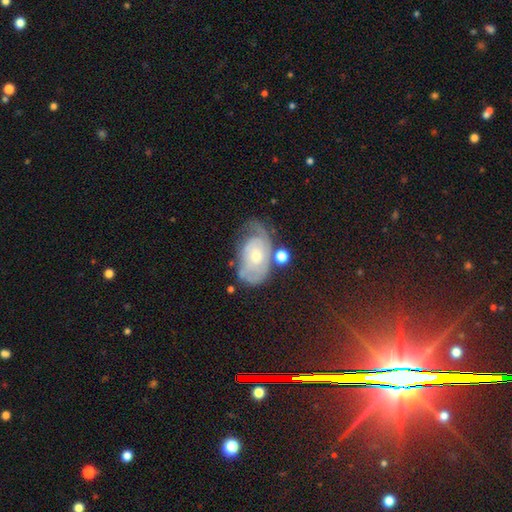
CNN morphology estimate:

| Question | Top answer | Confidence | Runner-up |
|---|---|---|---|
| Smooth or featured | featured or disk | 72% | smooth (20%) |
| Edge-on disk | no | 96% | yes (4%) |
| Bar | no | 77% | weak (20%) |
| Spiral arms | yes | 86% | no (14%) |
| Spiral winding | tight | 63% | medium (26%) |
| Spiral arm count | can't tell | 36% | 2 (32%) |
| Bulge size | moderate | 49% | small (45%) |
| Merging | none | 45% | minor disturbance (27%) |